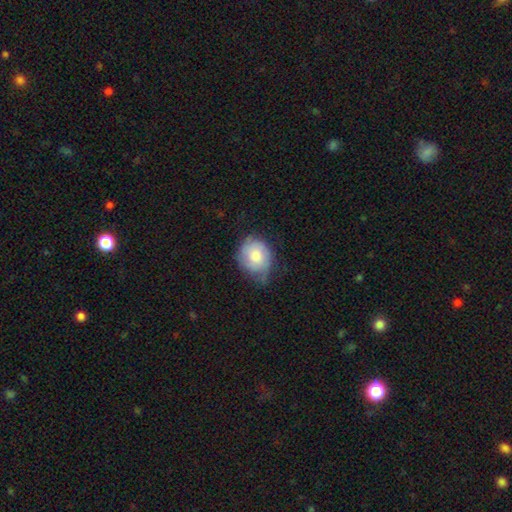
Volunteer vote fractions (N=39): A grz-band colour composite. It shows a smooth galaxy with no disk features (72%) that is round (68%). Merging: none (46%).